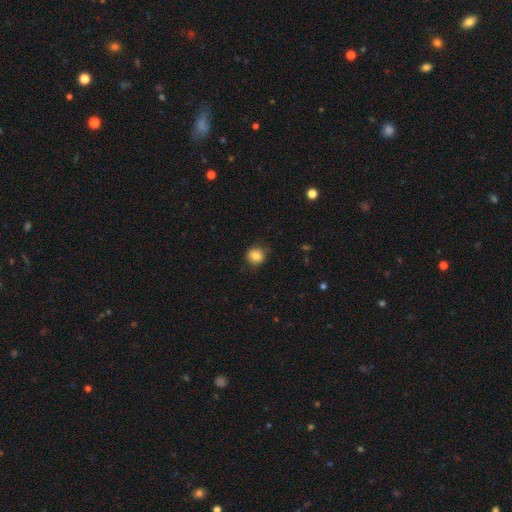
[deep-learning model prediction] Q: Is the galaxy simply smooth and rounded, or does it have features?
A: smooth — 83%.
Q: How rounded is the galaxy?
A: round — 90%.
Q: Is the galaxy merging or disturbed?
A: none — 84%.